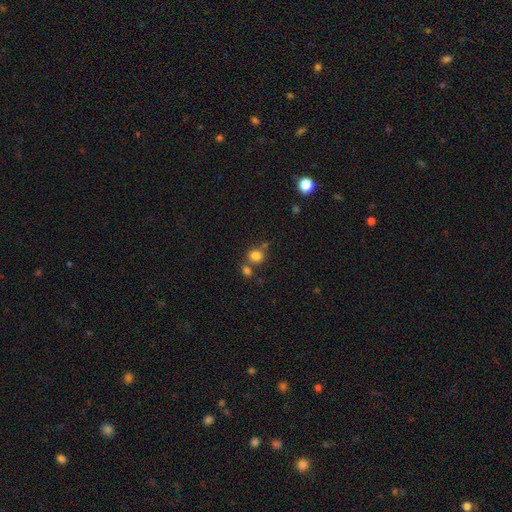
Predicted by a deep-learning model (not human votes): A smooth galaxy with no disk features (81%) that is round (83%).

Vote fractions:
- Smooth or featured? smooth: 81% / star or artifact: 13% / featured or disk: 6%
- How rounded? round: 83% / in between: 16% / cigar-shaped: 1%
- Merging? none: 62% / merger: 24% / minor disturbance: 10% / major disturbance: 4%